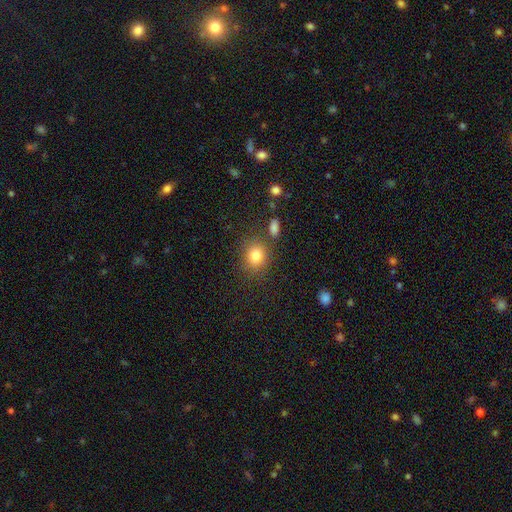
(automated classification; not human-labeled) Smooth or featured?
  - smooth: 82% *
  - star or artifact: 11%
  - featured or disk: 7%
How rounded?
  - round: 71% *
  - in between: 28%
  - cigar-shaped: 1%
Merging?
  - none: 77% *
  - minor disturbance: 11%
  - merger: 7%
  - major disturbance: 4%